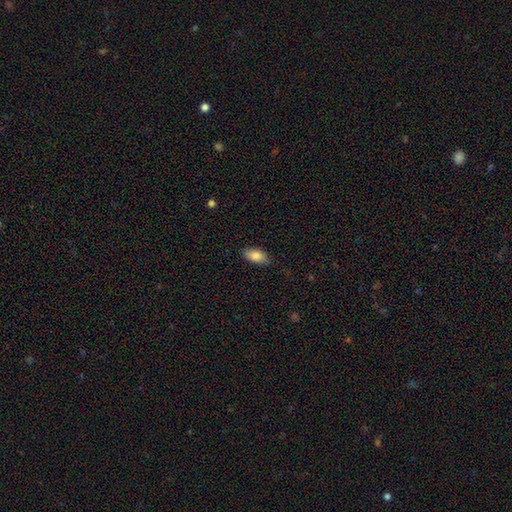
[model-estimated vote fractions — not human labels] The model was most divided on "merging": none: 83%, minor disturbance: 14%, major disturbance: 3%, merger: 1%. More confident: how rounded — in between (91%); smooth or featured — smooth (85%).